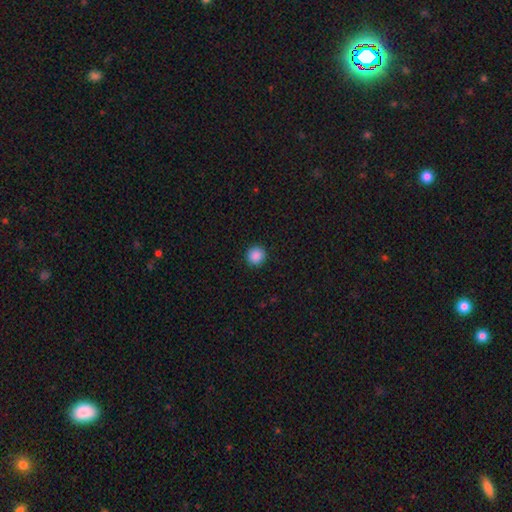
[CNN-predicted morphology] Smooth or featured? smooth (89%)
How rounded? round (94%)
Merging? none (93%)